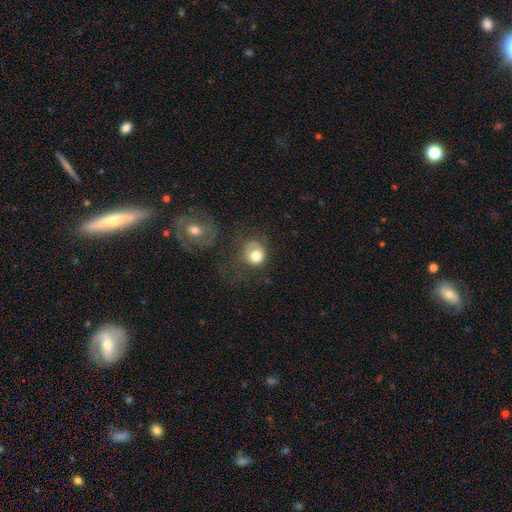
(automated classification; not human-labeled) Q: Smooth or featured?
A: smooth (72%); runner-up: featured or disk (19%)
Q: How rounded?
A: round (77%); runner-up: in between (22%)
Q: Merging?
A: none (42%); runner-up: major disturbance (28%)